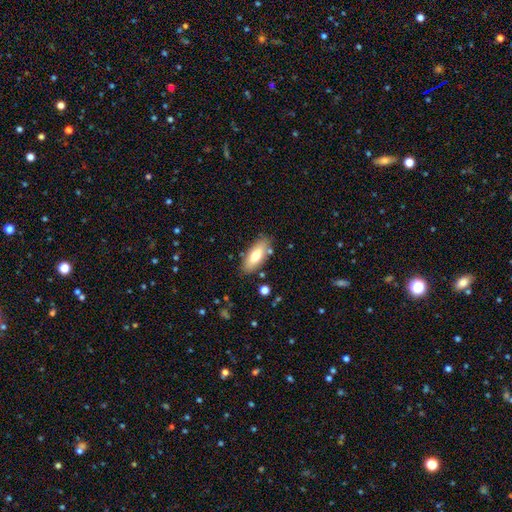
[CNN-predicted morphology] This is likely a smooth galaxy (75%). How rounded: likely in between (77%). Merging: clearly none (81%).